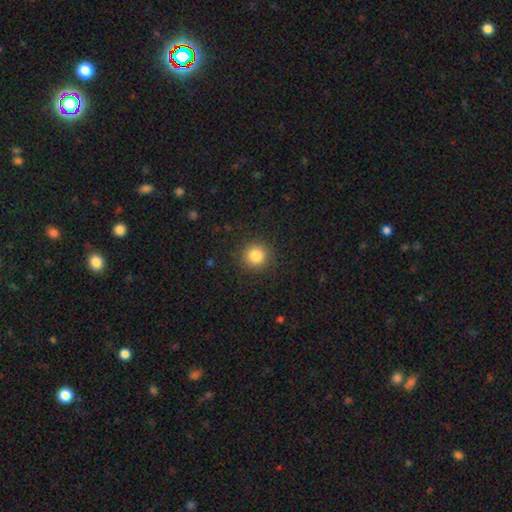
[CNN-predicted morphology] This appears to be a smooth galaxy with no disk features (84%) that is round (94%). Merging: none (90%).